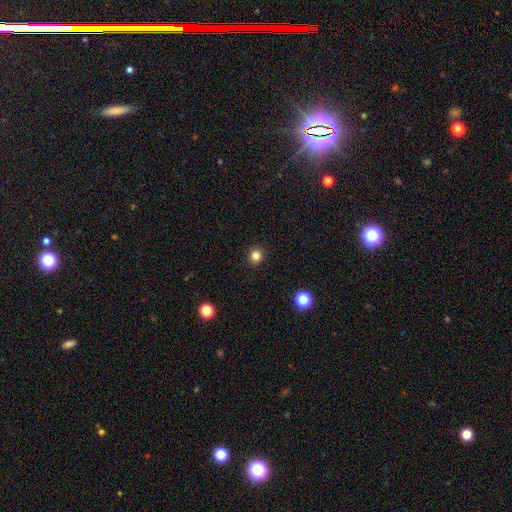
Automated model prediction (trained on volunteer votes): Smooth or featured? Predicted: smooth (p=0.82). How rounded? Predicted: round (p=0.92). Merging? Predicted: none (p=0.93).